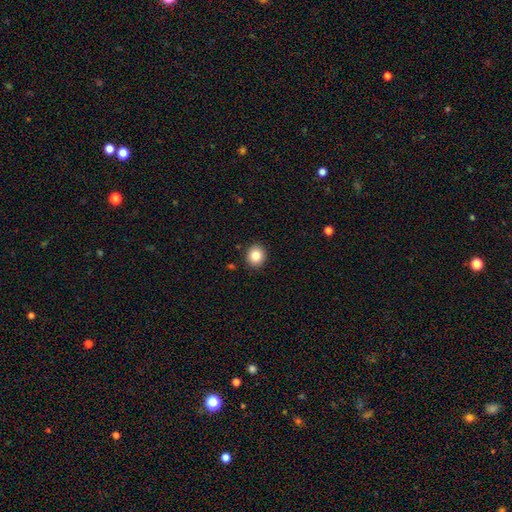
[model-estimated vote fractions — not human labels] Morphology: type=smooth (84%); roundness=round (83%); merging=none (91%).